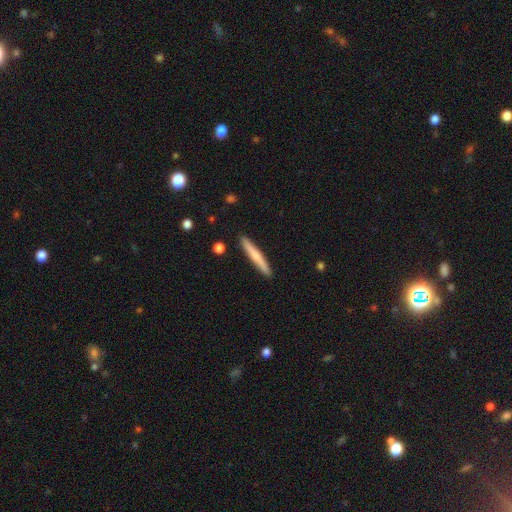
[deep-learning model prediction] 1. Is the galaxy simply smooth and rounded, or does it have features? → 57% smooth, 38% featured or disk, 5% star or artifact.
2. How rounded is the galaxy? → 95% cigar-shaped, 4% in between, 1% round.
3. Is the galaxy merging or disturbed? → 91% none, 6% minor disturbance, 1% merger, 1% major disturbance.